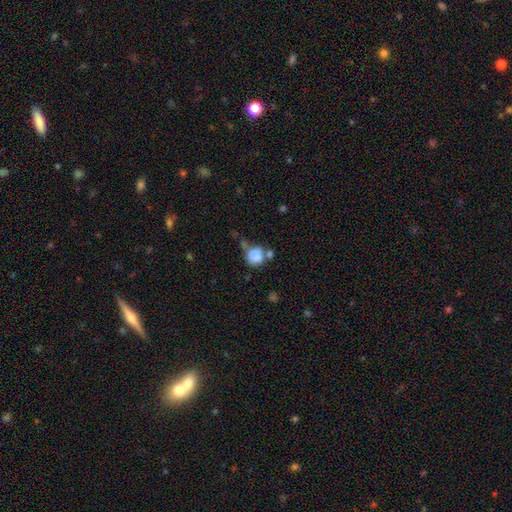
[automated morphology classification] A smooth galaxy with no disk features (74%) that is round (80%).

Vote fractions:
- Smooth or featured? smooth: 74% / featured or disk: 17% / star or artifact: 9%
- How rounded? round: 80% / in between: 19% / cigar-shaped: 1%
- Merging? none: 38% / merger: 29% / minor disturbance: 21% / major disturbance: 12%